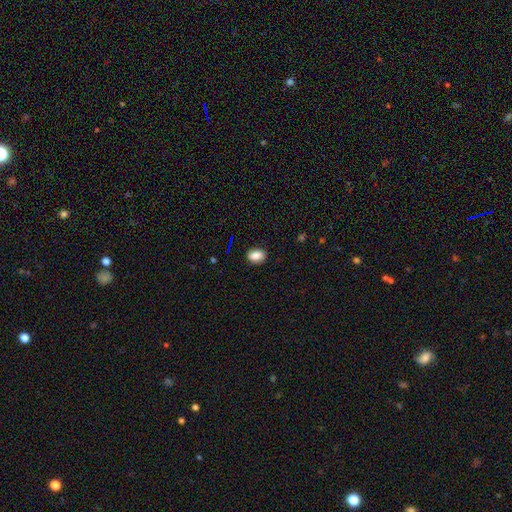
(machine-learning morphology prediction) Q: Smooth or featured?
A: smooth (83%); runner-up: star or artifact (9%)
Q: How rounded?
A: in between (74%); runner-up: round (25%)
Q: Merging?
A: none (86%); runner-up: minor disturbance (10%)